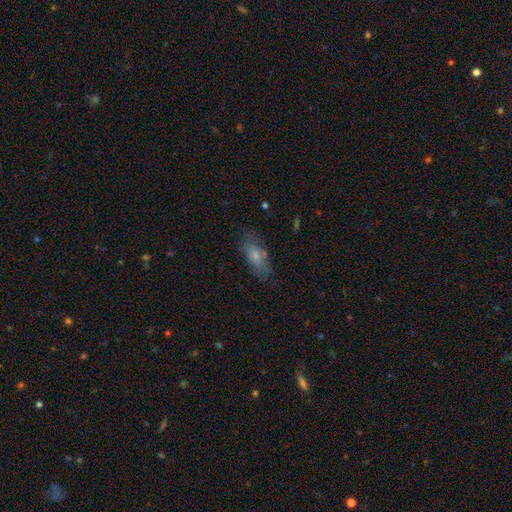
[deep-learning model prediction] A smooth galaxy with no disk features (72%) that is in between round and cigar-shaped (75%).

Vote fractions:
- Smooth or featured? smooth: 72% / featured or disk: 20% / star or artifact: 8%
- How rounded? in between: 75% / cigar-shaped: 22% / round: 3%
- Merging? none: 70% / minor disturbance: 20% / major disturbance: 7% / merger: 3%